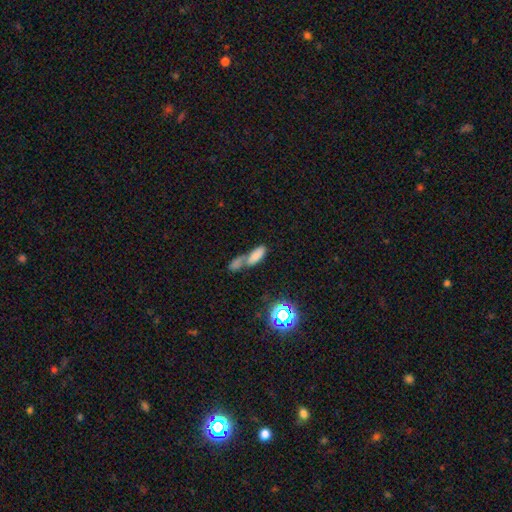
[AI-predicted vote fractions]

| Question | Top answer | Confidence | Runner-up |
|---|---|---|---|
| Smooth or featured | smooth | 72% | star or artifact (15%) |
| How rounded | in between | 73% | cigar-shaped (23%) |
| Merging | merger | 67% | none (19%) |